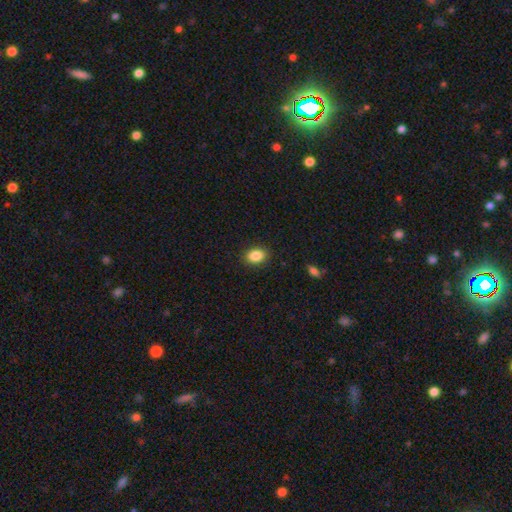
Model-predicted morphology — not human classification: This is clearly a smooth galaxy (87%). How rounded: likely in between (77%). Merging: clearly none (88%).